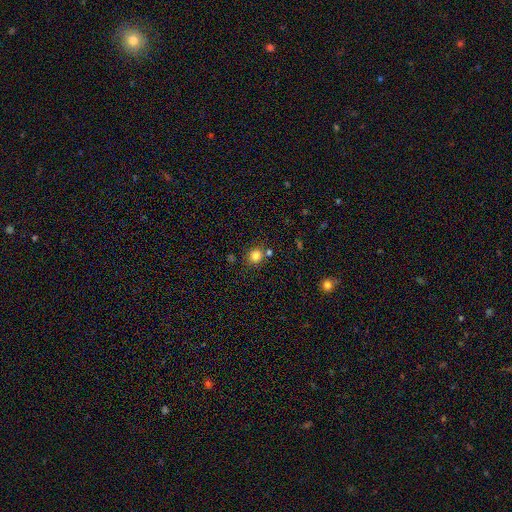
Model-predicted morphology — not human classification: smooth_or_featured: smooth (p=0.82) [alt: star or artifact p=0.12]
how_rounded: round (p=0.86) [alt: in between p=0.13]
merging: none (p=0.75) [alt: merger p=0.12]